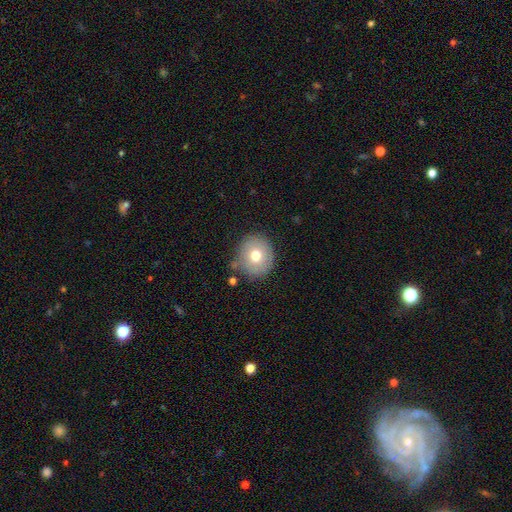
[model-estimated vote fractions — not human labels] Smooth or featured? smooth (72%)
How rounded? round (85%)
Merging? none (79%)